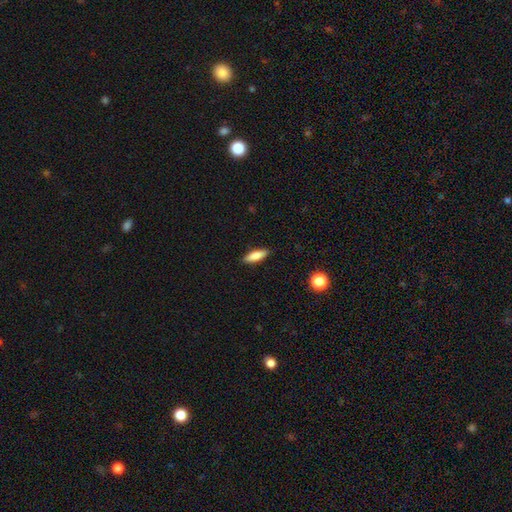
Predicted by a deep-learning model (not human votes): A smooth galaxy with no disk features (81%) that is in between round and cigar-shaped (52%).

Vote fractions:
- Smooth or featured? smooth: 81% / featured or disk: 13% / star or artifact: 7%
- How rounded? in between: 52% / cigar-shaped: 46% / round: 2%
- Merging? none: 89% / minor disturbance: 9% / major disturbance: 2% / merger: 1%